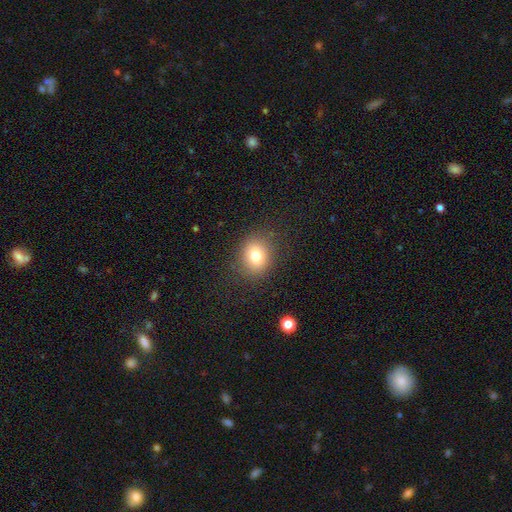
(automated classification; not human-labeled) Smooth or featured?
  - smooth: 78% *
  - star or artifact: 12%
  - featured or disk: 10%
How rounded?
  - round: 62% *
  - in between: 37%
  - cigar-shaped: 1%
Merging?
  - none: 85% *
  - minor disturbance: 9%
  - major disturbance: 4%
  - merger: 1%